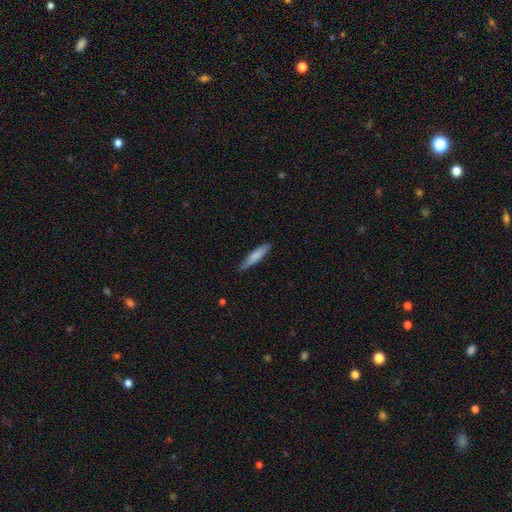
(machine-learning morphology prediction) Smooth or featured? Predicted: smooth (p=0.77). How rounded? Predicted: cigar-shaped (p=0.86). Merging? Predicted: none (p=0.85).